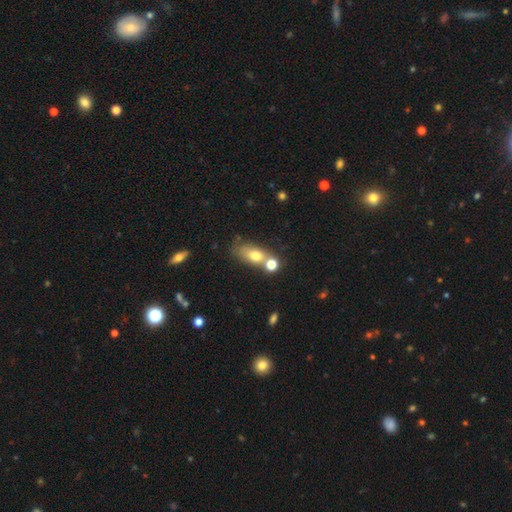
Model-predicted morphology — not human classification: Smooth or featured?
  - smooth: 71% *
  - featured or disk: 19%
  - star or artifact: 10%
How rounded?
  - in between: 73% *
  - round: 17%
  - cigar-shaped: 11%
Merging?
  - none: 42% *
  - merger: 36%
  - minor disturbance: 15%
  - major disturbance: 7%